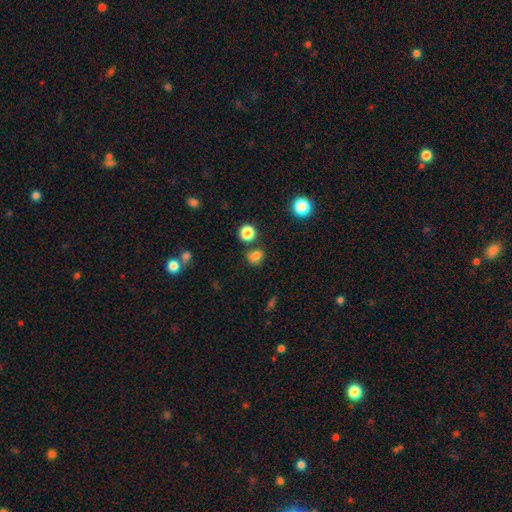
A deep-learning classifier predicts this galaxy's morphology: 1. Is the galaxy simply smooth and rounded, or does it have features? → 78% smooth, 16% star or artifact, 6% featured or disk.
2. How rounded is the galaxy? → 71% round, 28% in between, 1% cigar-shaped.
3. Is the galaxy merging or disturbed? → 71% none, 13% minor disturbance, 12% merger, 4% major disturbance.